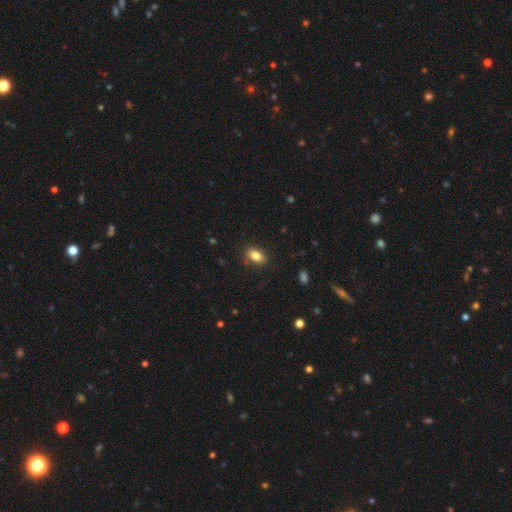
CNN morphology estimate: Smooth or featured?
  - smooth: 84% *
  - star or artifact: 9%
  - featured or disk: 7%
How rounded?
  - in between: 87% *
  - round: 11%
  - cigar-shaped: 2%
Merging?
  - none: 86% *
  - minor disturbance: 10%
  - major disturbance: 3%
  - merger: 1%